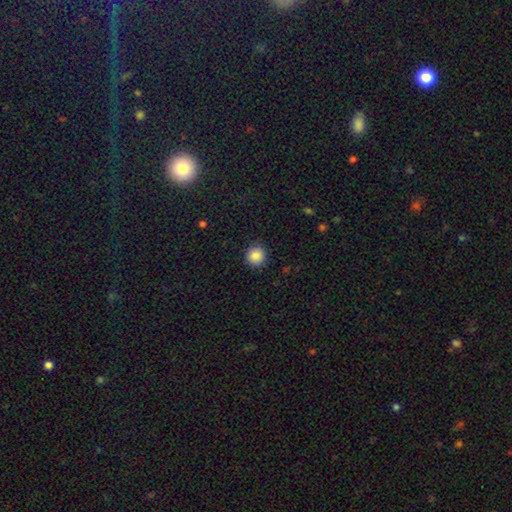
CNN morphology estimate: Smooth or featured? smooth (87%)
How rounded? round (93%)
Merging? none (90%)